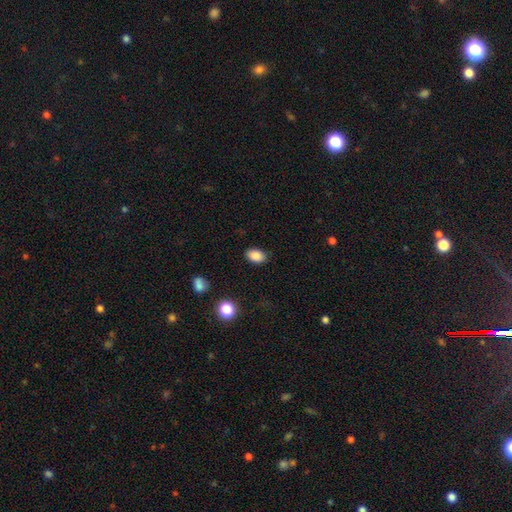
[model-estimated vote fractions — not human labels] Smooth or featured: smooth — 88% (star or artifact — 8%)
How rounded: in between — 86% (round — 13%)
Merging: none — 85% (minor disturbance — 11%)